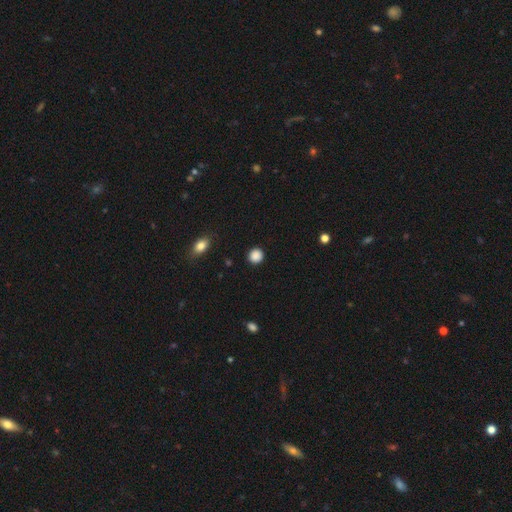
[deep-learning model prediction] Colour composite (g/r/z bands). It shows a smooth galaxy with no disk features (88%) that is round (90%). Merging: none (91%).